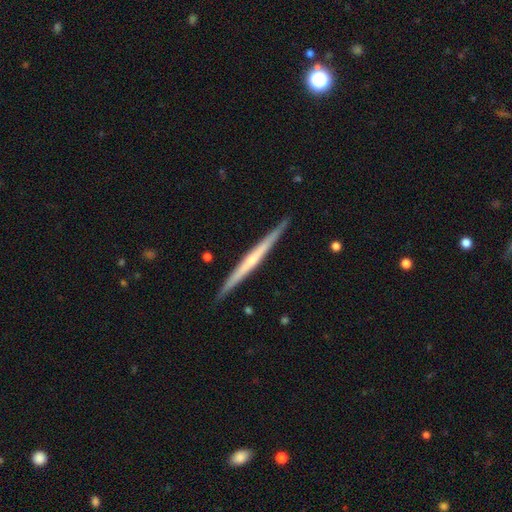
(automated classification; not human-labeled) The model was most divided on "edge-on bulge": none: 56%, rounded: 37%, boxy: 7%. More confident: edge-on disk — yes (98%); merging — none (91%); smooth or featured — featured or disk (69%).